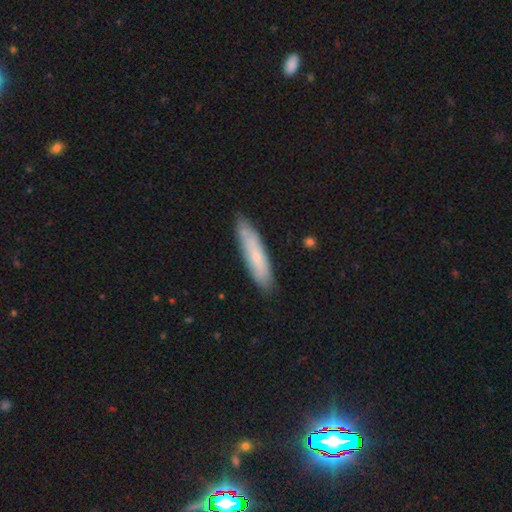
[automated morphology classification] Smooth or featured? Predicted: smooth (p=0.66). How rounded? Predicted: cigar-shaped (p=0.82). Merging? Predicted: none (p=0.85).